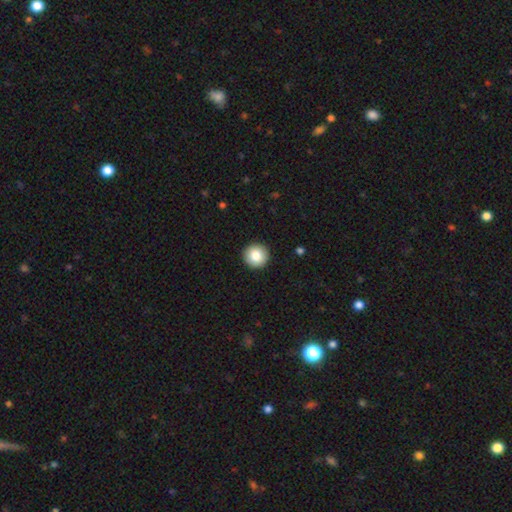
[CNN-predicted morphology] The model was most divided on "smooth or featured": smooth: 83%, featured or disk: 8%, star or artifact: 8%. More confident: how rounded — round (96%); merging — none (93%).